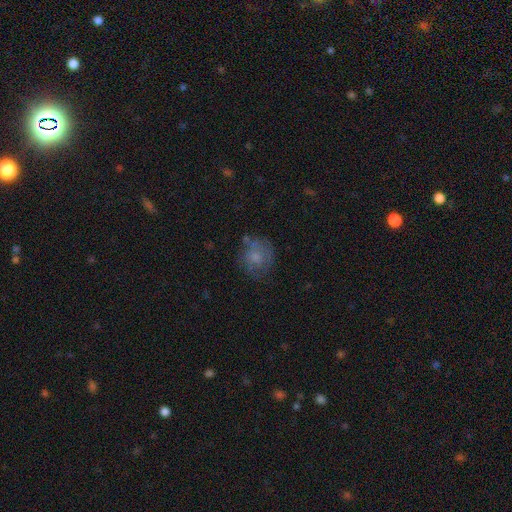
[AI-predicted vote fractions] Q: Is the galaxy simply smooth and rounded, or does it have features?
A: smooth — 61%.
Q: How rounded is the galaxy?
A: round — 78%.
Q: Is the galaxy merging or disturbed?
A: none — 60%.